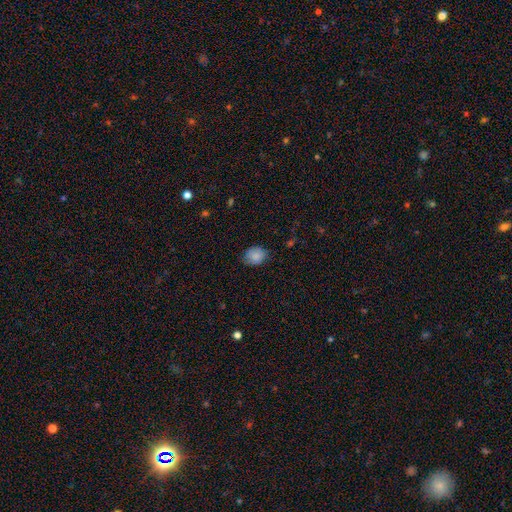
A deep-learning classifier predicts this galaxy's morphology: type=smooth (86%); roundness=round (50%); merging=none (75%).